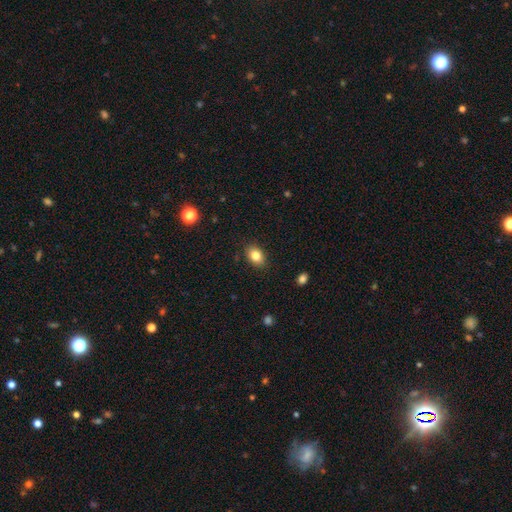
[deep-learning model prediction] The model was most divided on "how rounded": in between: 79%, round: 19%, cigar-shaped: 1%. More confident: merging — none (86%); smooth or featured — smooth (83%).